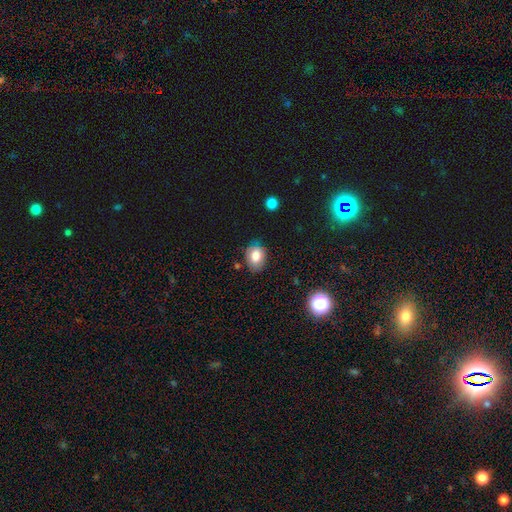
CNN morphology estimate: The model was most divided on "how rounded": in between: 62%, round: 37%, cigar-shaped: 1%. More confident: smooth or featured — smooth (79%); merging — none (74%).